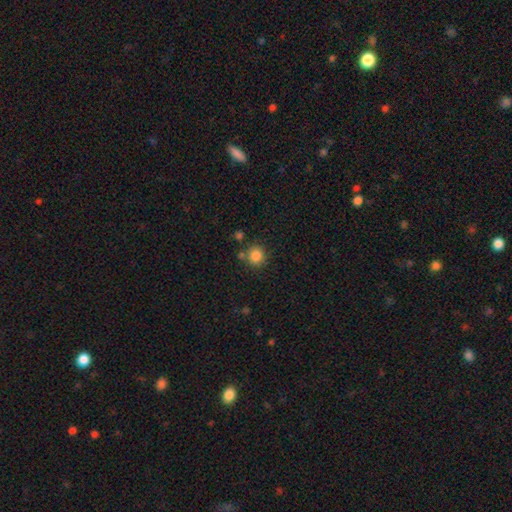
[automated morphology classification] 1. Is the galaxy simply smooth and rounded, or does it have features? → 85% smooth, 11% star or artifact, 5% featured or disk.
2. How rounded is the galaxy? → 91% round, 8% in between, 1% cigar-shaped.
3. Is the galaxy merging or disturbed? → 77% none, 10% merger, 10% minor disturbance, 3% major disturbance.